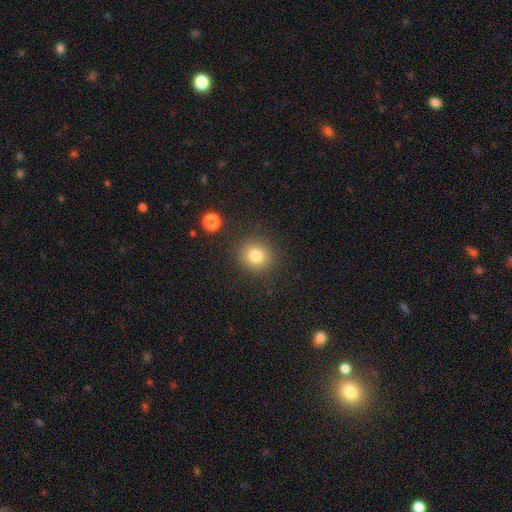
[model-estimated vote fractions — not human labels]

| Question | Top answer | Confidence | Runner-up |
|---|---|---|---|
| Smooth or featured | smooth | 81% | star or artifact (12%) |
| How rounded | round | 87% | in between (12%) |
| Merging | none | 86% | minor disturbance (8%) |